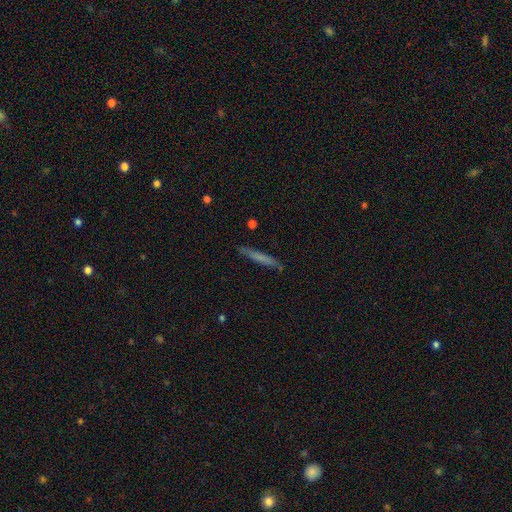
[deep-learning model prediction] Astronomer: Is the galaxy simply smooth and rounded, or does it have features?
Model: smooth — 59% (runner-up: featured or disk, 34%).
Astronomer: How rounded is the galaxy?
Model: cigar-shaped — 95%.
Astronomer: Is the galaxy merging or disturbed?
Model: none — 88%.